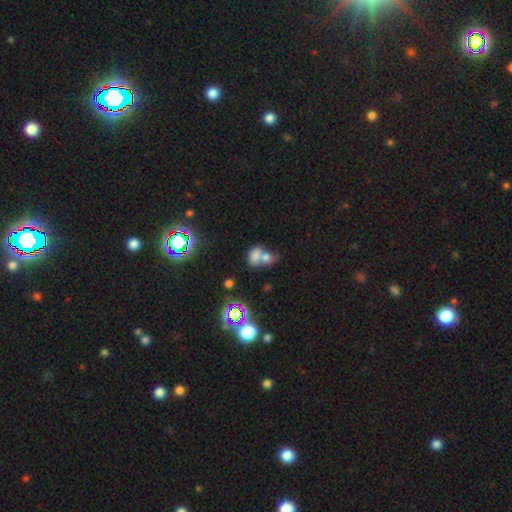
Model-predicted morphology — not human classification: This appears to be a smooth galaxy with no disk features (66%) that is in between round and cigar-shaped (67%). Merging: merger (65%).